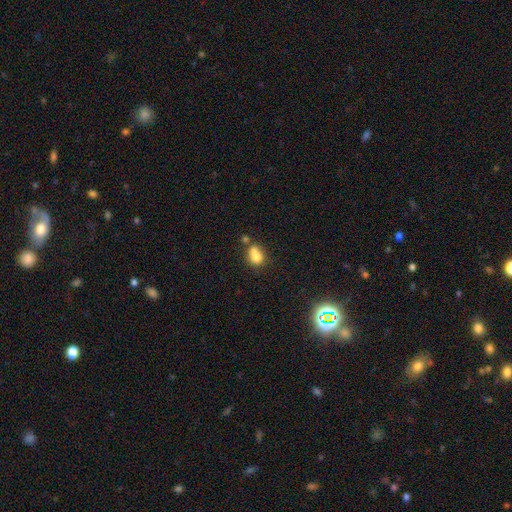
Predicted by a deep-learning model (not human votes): The model was most divided on "how rounded" (2-way tie): round: 49%, in between: 49%, cigar-shaped: 2%. Remaining: smooth or featured — smooth (72%); merging — merger (48%).